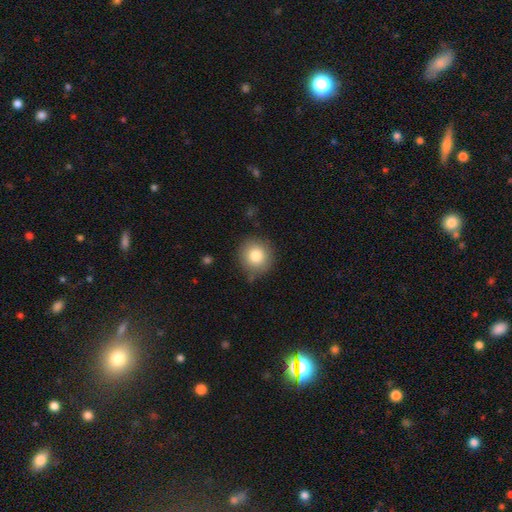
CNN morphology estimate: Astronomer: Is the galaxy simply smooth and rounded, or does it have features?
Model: smooth — 80%.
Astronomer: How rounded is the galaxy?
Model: round — 91%.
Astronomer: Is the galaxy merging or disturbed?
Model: none — 83%.